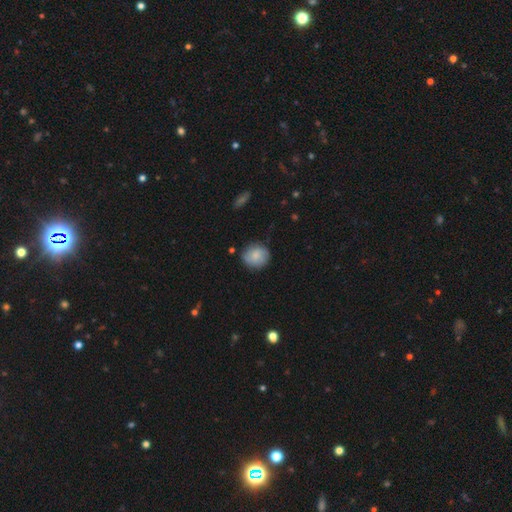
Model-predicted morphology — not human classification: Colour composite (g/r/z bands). It shows a smooth galaxy with no disk features (77%) that is round (85%). Merging: none (80%).